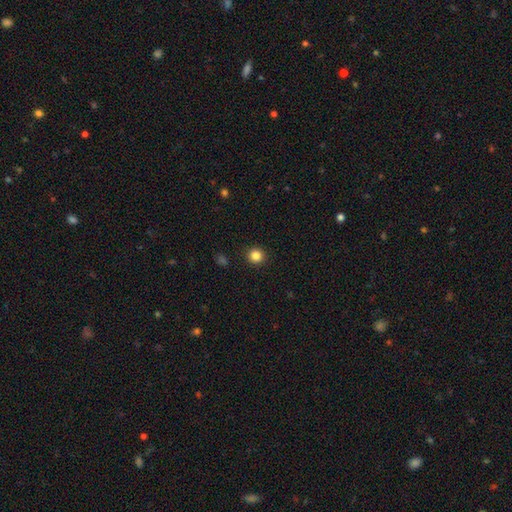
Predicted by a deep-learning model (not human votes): Q: Smooth or featured?
A: smooth (84%); runner-up: star or artifact (12%)
Q: How rounded?
A: round (92%); runner-up: in between (7%)
Q: Merging?
A: none (92%); runner-up: minor disturbance (5%)